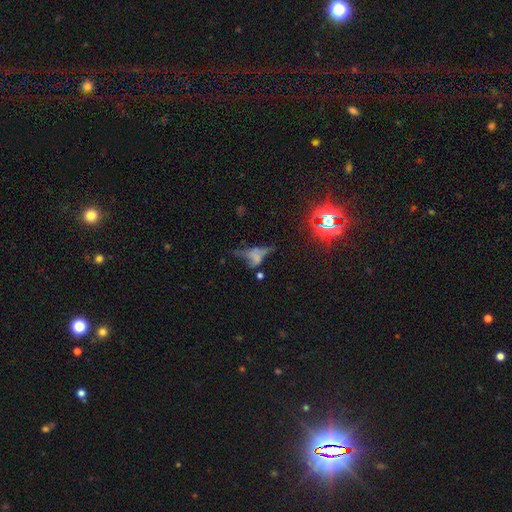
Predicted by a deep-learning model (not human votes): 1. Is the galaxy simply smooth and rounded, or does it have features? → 39% featured or disk, 35% smooth, 25% star or artifact.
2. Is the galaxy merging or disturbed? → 30% none, 29% major disturbance, 23% merger, 17% minor disturbance.